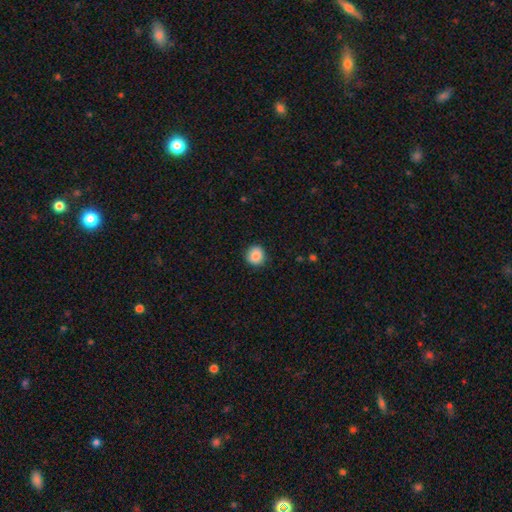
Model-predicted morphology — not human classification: Overall: smooth (87%). How rounded: round (90%). Merging: none (89%).